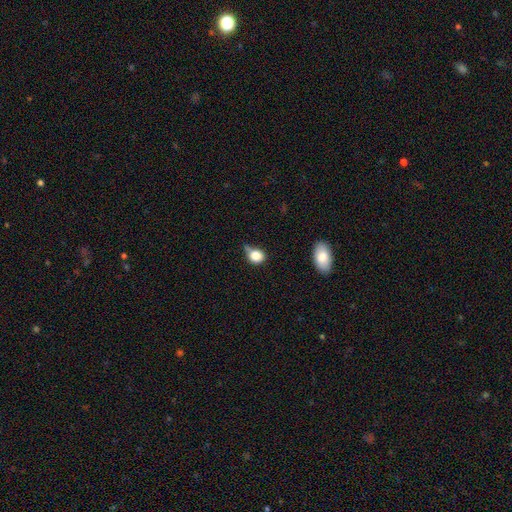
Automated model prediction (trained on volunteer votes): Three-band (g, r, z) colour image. It shows a smooth galaxy with no disk features (83%) that is round (67%). Merging: none (46%).